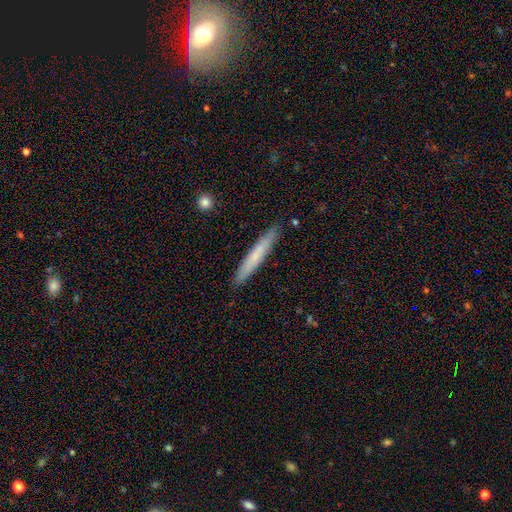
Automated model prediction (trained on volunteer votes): Overall: smooth (65%; featured or disk 29%). How rounded: cigar-shaped (95%). Merging: none (89%).